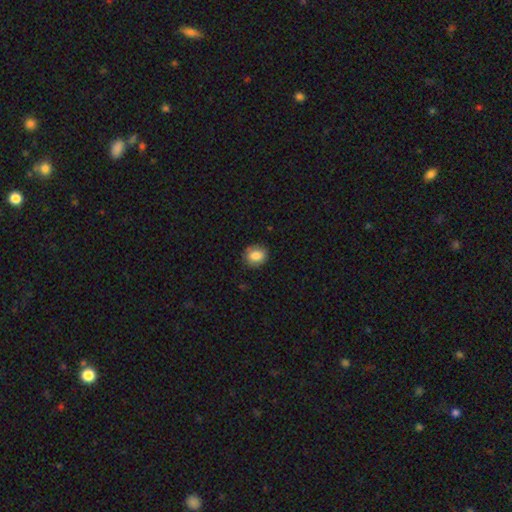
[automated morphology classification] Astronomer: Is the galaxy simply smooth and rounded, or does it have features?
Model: smooth — 85%.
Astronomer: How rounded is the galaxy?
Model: round — 62%.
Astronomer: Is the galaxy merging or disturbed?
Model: none — 84%.